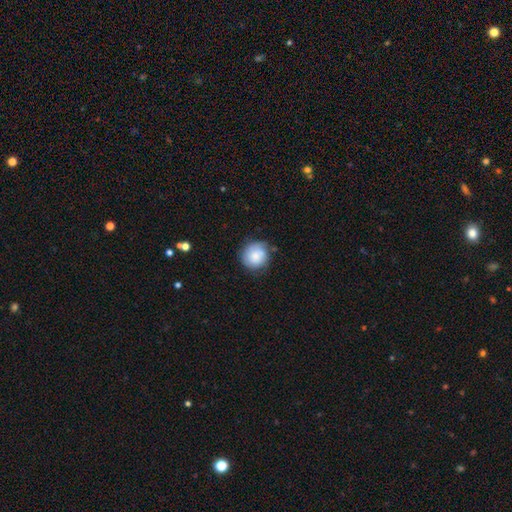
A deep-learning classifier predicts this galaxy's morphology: smooth 73%, featured or disk 20%, star or artifact 8%. Down the decision tree: how rounded — round (89%); merging — none (67%).